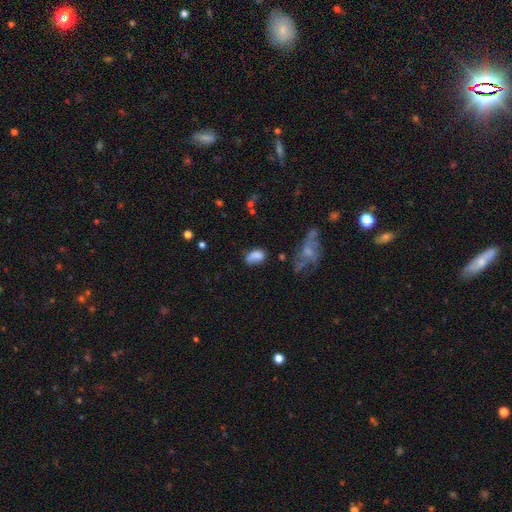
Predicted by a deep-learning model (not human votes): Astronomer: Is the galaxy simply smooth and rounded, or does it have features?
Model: smooth — 77%.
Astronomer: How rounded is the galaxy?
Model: in between — 88%.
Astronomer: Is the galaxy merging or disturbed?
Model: none — 50% (runner-up: minor disturbance, 31%).